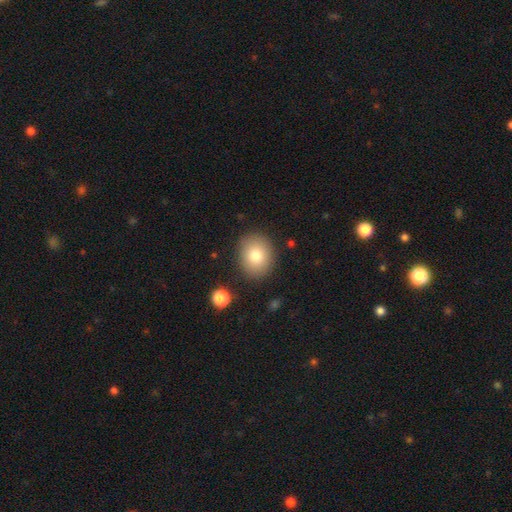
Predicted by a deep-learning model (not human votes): Q: Smooth or featured?
A: smooth (80%); runner-up: featured or disk (11%)
Q: How rounded?
A: round (54%); runner-up: in between (45%)
Q: Merging?
A: none (85%); runner-up: minor disturbance (10%)